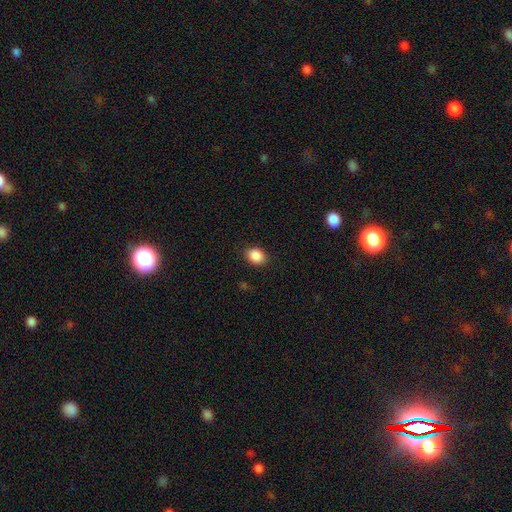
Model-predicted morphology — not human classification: Smooth or featured? smooth (89%)
How rounded? in between (67%)
Merging? none (87%)